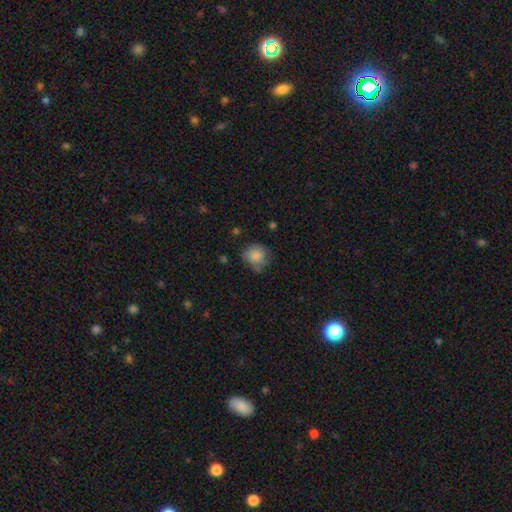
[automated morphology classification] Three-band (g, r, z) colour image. It shows a smooth galaxy with no disk features (84%) that is round (83%). Merging: none (70%).